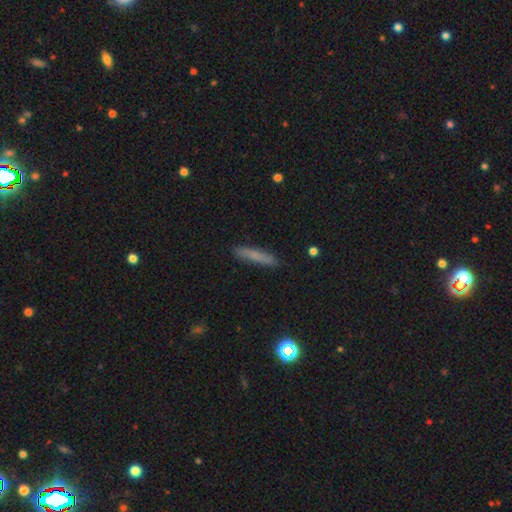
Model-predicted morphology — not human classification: This is likely a smooth galaxy (71%). How rounded: clearly cigar-shaped (90%). Merging: clearly none (87%).